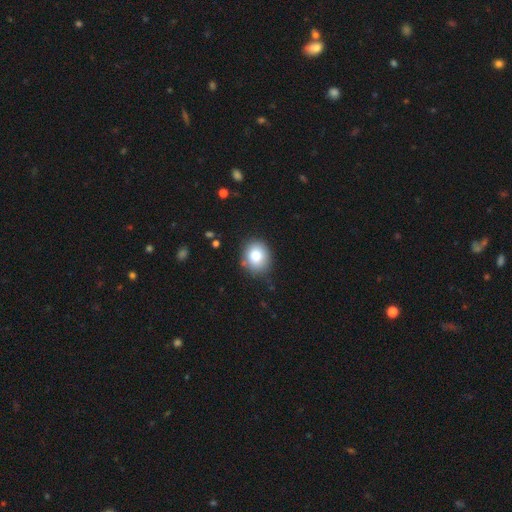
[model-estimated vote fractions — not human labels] Overall: smooth (80%). How rounded: round (68%; in between 31%). Merging: none (82%).